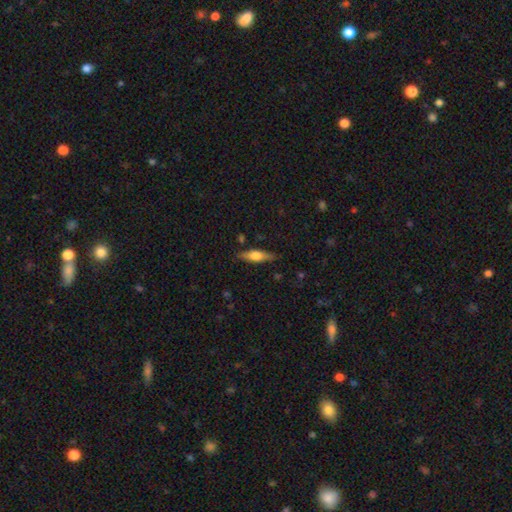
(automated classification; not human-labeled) This appears to be a smooth galaxy with no disk features (52%) that is cigar-shaped (60%). Merging: none (85%).